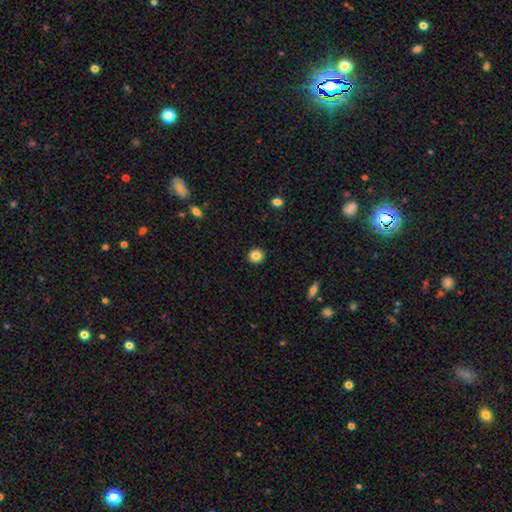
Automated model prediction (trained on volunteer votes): A smooth galaxy with no disk features (85%) that is round (88%).

Vote fractions:
- Smooth or featured? smooth: 85% / star or artifact: 10% / featured or disk: 5%
- How rounded? round: 88% / in between: 11% / cigar-shaped: 1%
- Merging? none: 92% / minor disturbance: 5% / major disturbance: 2% / merger: 1%